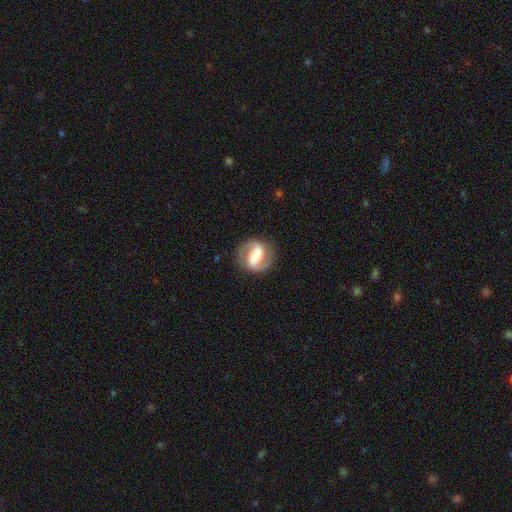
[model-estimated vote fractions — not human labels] smooth-or-featured: featured or disk: 82% | smooth: 13% | star or artifact: 5%
  disk-edge-on: no: 97% | yes: 3%
    bar: strong: 61% | weak: 27% | no: 12%
    has-spiral-arms: yes: 90% | no: 10%
      spiral-winding: medium: 48% | tight: 33% | loose: 19%
      spiral-arm-count: 2: 90% | can't tell: 4% | 1: 3% | 3: 1% | 4: 1% | more than 4: 1%
    bulge-size: moderate: 53% | small: 32% | large: 11% | none: 2% | dominant: 2%
  merging: none: 85% | minor disturbance: 10% | major disturbance: 4% | merger: 1%